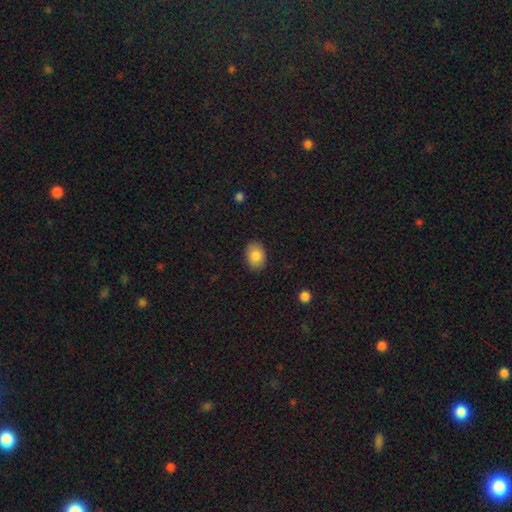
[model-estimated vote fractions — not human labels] This is clearly a smooth galaxy (83%). How rounded: likely in between (73%). Merging: clearly none (88%).